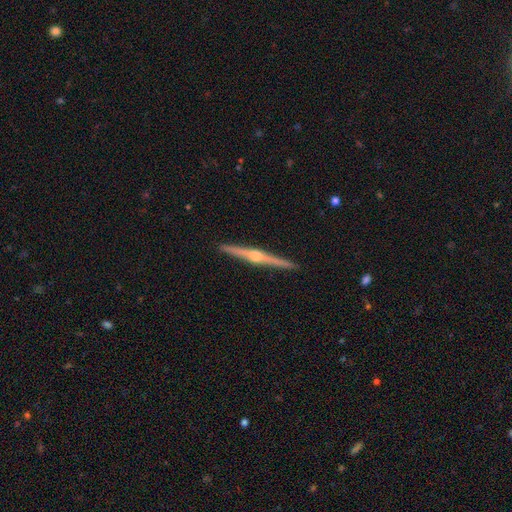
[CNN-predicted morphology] smooth_or_featured: featured or disk (p=0.85) [alt: smooth p=0.10]
disk_edge_on: yes (p=0.99) [alt: no p=0.01]
edge_on_bulge: rounded (p=0.92) [alt: boxy p=0.04]
merging: none (p=0.93) [alt: minor disturbance p=0.05]